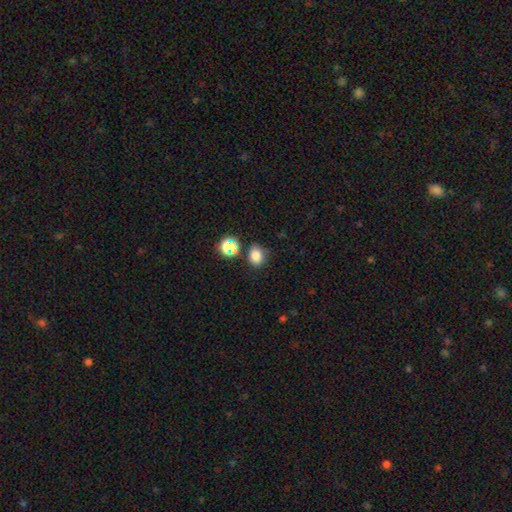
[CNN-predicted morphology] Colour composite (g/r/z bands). It shows a smooth galaxy with no disk features (78%) that is round (60%). Merging: none (78%).